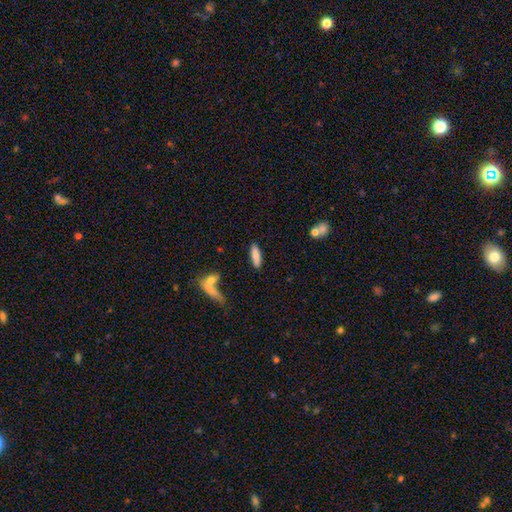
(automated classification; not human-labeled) Q: Smooth or featured?
A: smooth (83%); runner-up: featured or disk (10%)
Q: How rounded?
A: cigar-shaped (62%); runner-up: in between (36%)
Q: Merging?
A: none (84%); runner-up: minor disturbance (9%)